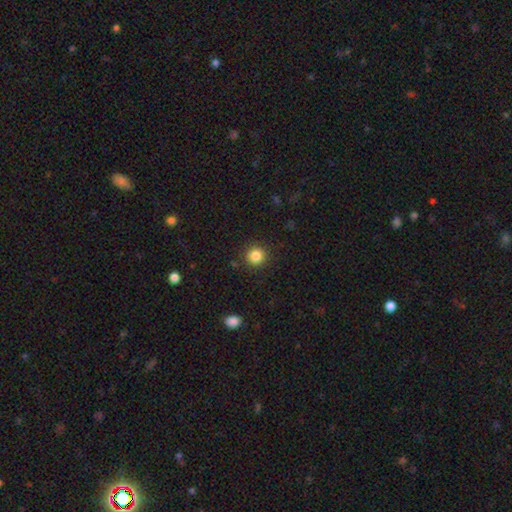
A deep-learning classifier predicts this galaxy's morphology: Smooth or featured? Predicted: smooth (p=0.85). How rounded? Predicted: round (p=0.93). Merging? Predicted: none (p=0.90).